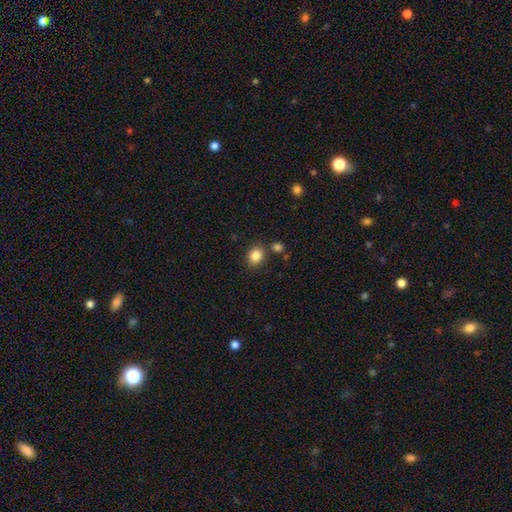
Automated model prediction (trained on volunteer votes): A smooth galaxy with no disk features (85%) that is round (59%). Merging: none (80%).